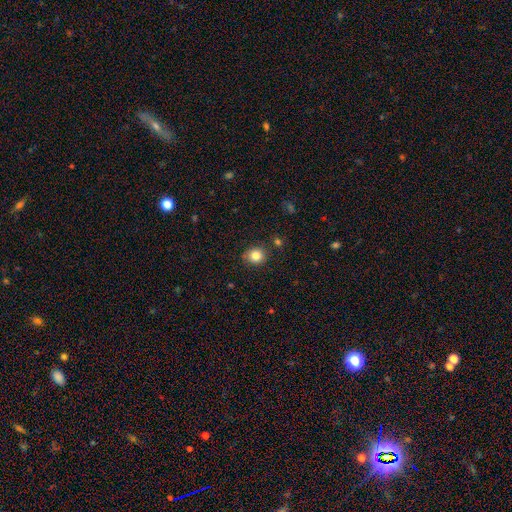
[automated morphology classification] Overall: smooth (83%). How rounded: round (81%). Merging: none (84%).